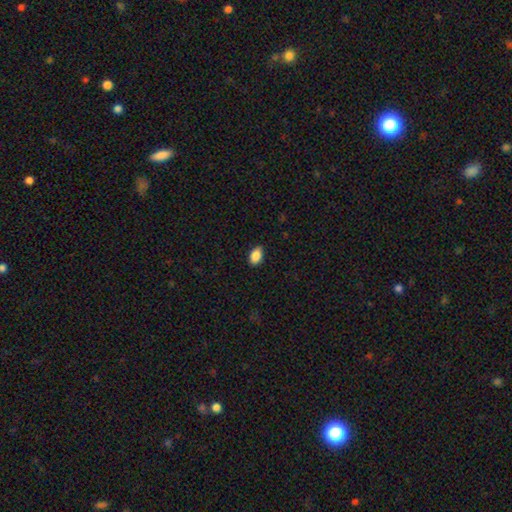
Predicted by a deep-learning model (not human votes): This appears to be a smooth galaxy with no disk features (88%) that is in between round and cigar-shaped (91%). Merging: none (85%).